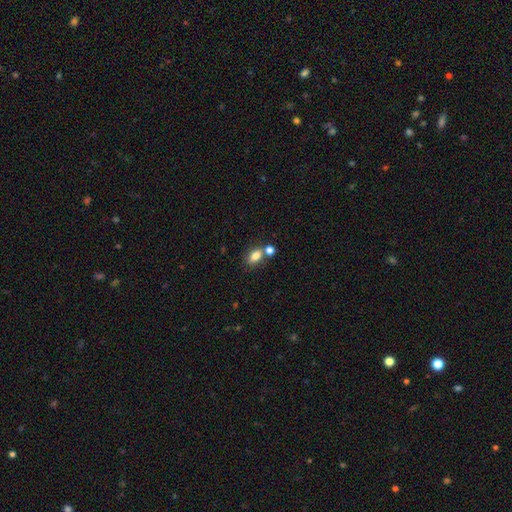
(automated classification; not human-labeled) Smooth or featured: smooth — 81% (star or artifact — 10%)
How rounded: in between — 82% (round — 15%)
Merging: none — 54% (merger — 30%)